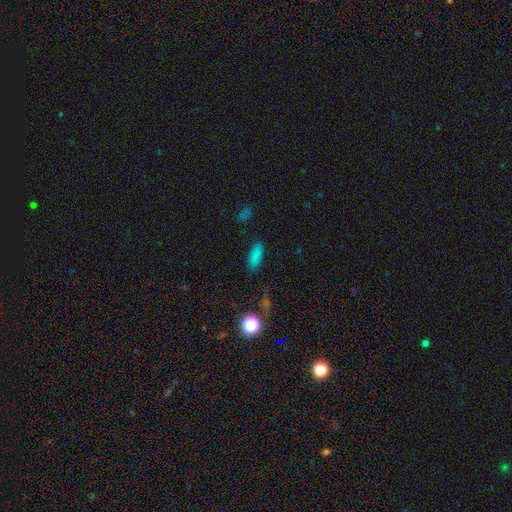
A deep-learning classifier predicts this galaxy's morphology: A smooth galaxy with no disk features (79%) that is in between round and cigar-shaped (78%).

Vote fractions:
- Smooth or featured? smooth: 79% / star or artifact: 15% / featured or disk: 6%
- How rounded? in between: 78% / cigar-shaped: 19% / round: 3%
- Merging? none: 84% / minor disturbance: 11% / major disturbance: 3% / merger: 2%